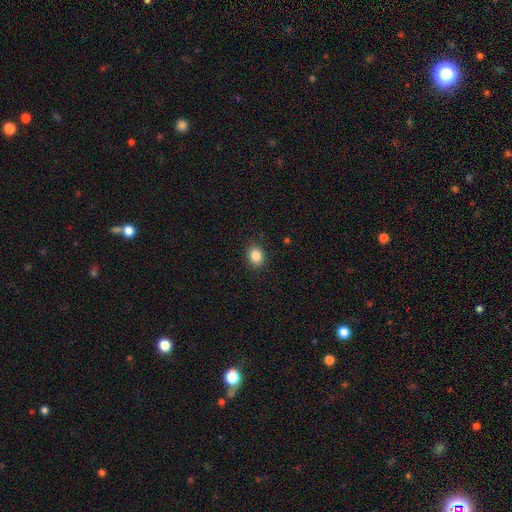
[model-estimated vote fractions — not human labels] Smooth or featured: smooth — 85% (star or artifact — 10%)
How rounded: round — 60% (in between — 39%)
Merging: none — 89% (minor disturbance — 8%)